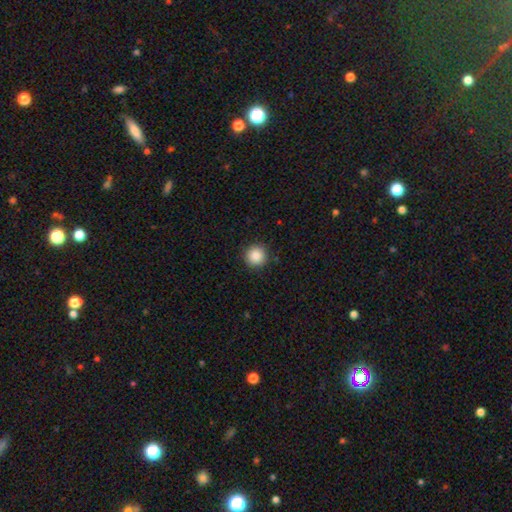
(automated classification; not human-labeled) Smooth or featured?
  - smooth: 87% *
  - star or artifact: 9%
  - featured or disk: 4%
How rounded?
  - round: 95% *
  - in between: 4%
  - cigar-shaped: 1%
Merging?
  - none: 91% *
  - minor disturbance: 6%
  - major disturbance: 2%
  - merger: 1%